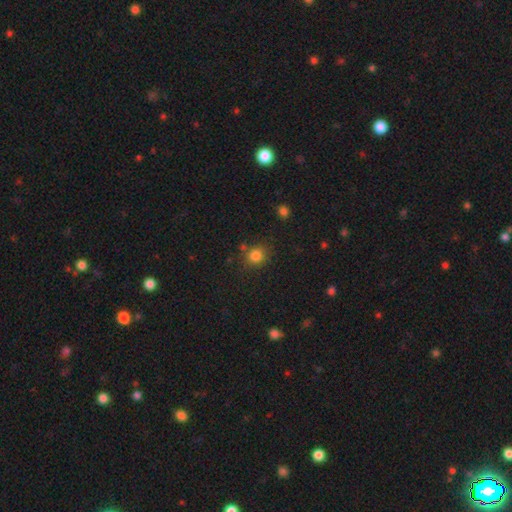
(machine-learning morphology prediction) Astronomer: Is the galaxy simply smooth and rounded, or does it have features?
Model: smooth — 82%.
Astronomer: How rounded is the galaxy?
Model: round — 76%.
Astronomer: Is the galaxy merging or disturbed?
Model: none — 77%.